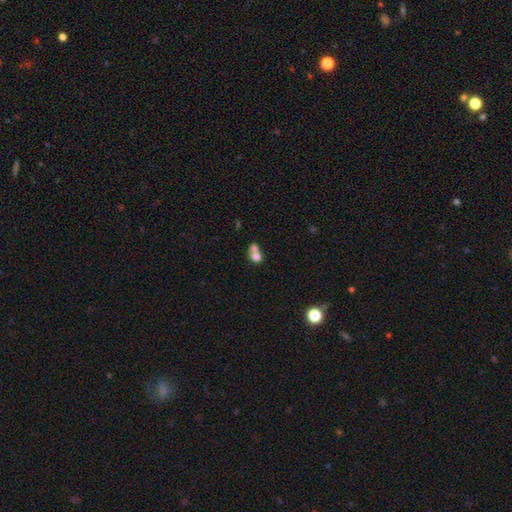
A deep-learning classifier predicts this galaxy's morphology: Q: Smooth or featured?
A: smooth (71%); runner-up: featured or disk (18%)
Q: How rounded?
A: round (70%); runner-up: in between (29%)
Q: Merging?
A: merger (64%); runner-up: none (27%)